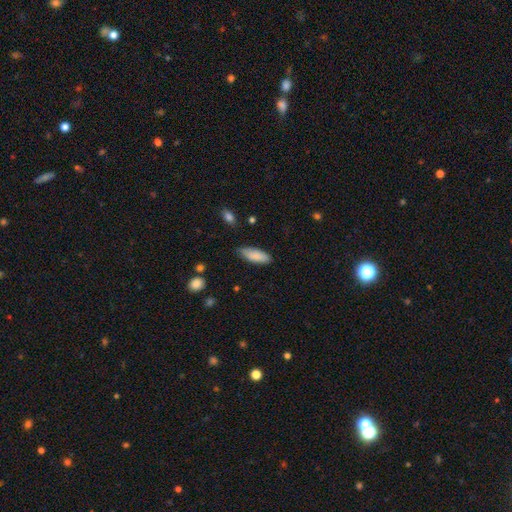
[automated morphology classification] Smooth or featured? smooth (86%)
How rounded? in between (72%)
Merging? none (73%)